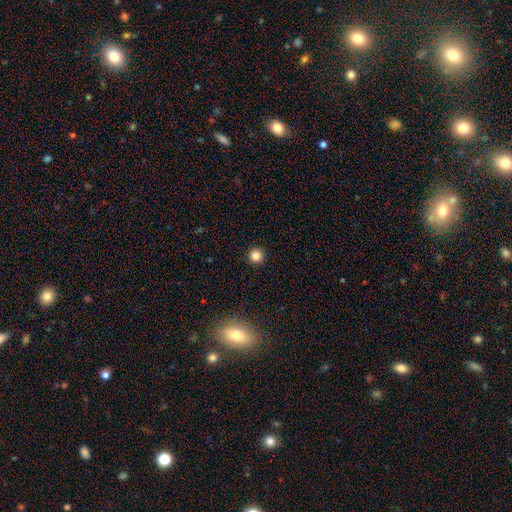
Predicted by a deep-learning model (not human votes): Smooth or featured?
  - smooth: 83% *
  - star or artifact: 13%
  - featured or disk: 4%
How rounded?
  - round: 96% *
  - in between: 3%
  - cigar-shaped: 1%
Merging?
  - none: 93% *
  - minor disturbance: 4%
  - major disturbance: 1%
  - merger: 1%